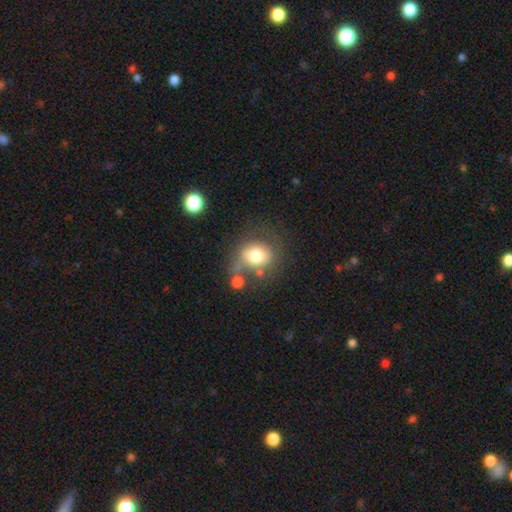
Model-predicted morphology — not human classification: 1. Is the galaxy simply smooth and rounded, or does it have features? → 71% smooth, 19% featured or disk, 10% star or artifact.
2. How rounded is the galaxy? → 66% round, 33% in between, 1% cigar-shaped.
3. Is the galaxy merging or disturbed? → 45% none, 21% minor disturbance, 19% merger, 15% major disturbance.